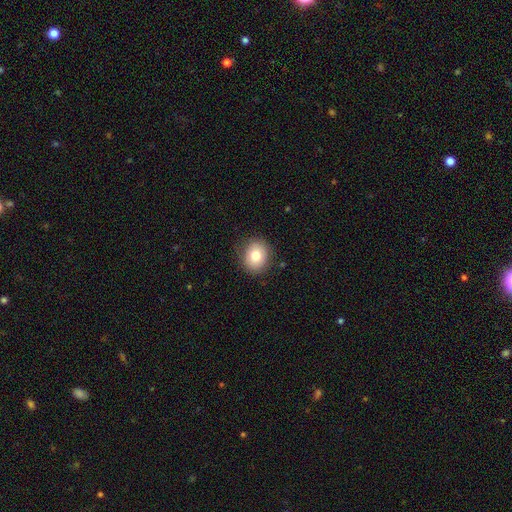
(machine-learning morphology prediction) Q: Smooth or featured?
A: smooth (80%); runner-up: featured or disk (11%)
Q: How rounded?
A: round (66%); runner-up: in between (33%)
Q: Merging?
A: none (86%); runner-up: minor disturbance (10%)